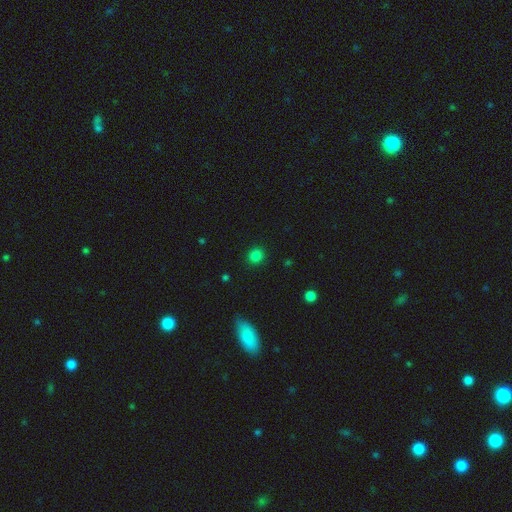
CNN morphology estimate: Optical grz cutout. It shows a smooth galaxy with no disk features (83%) that is round (84%). Merging: none (90%).